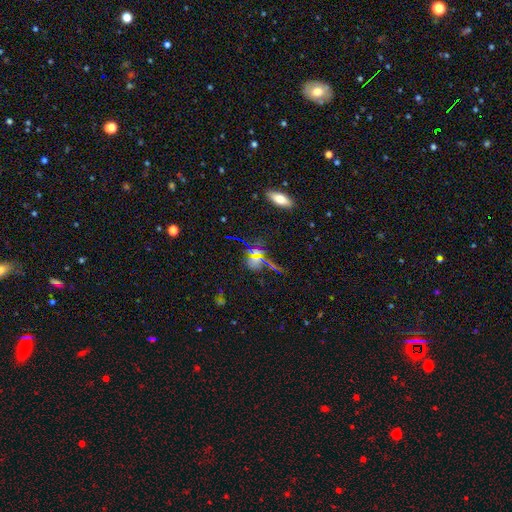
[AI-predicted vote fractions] Smooth or featured: star or artifact — 58% (smooth — 30%)